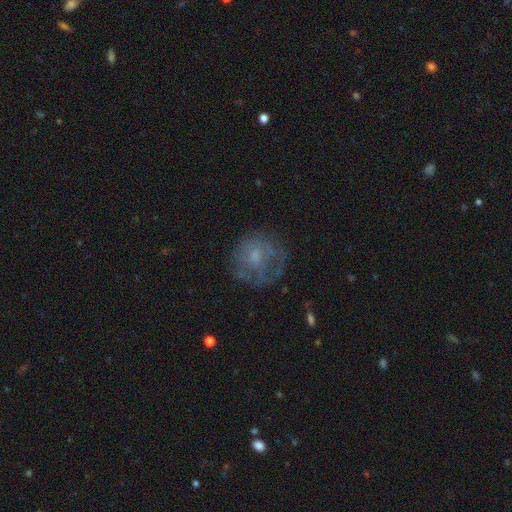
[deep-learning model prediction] Overall: smooth (44%; featured or disk 43%). Merging: none (59%; major disturbance 20%).